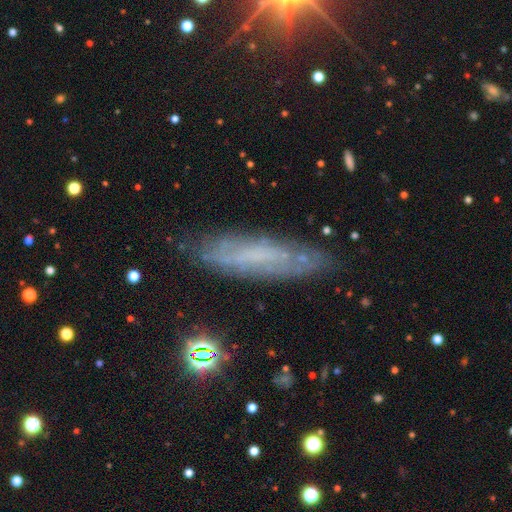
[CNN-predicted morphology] featured or disk 50%, smooth 37%, star or artifact 13%. Down the decision tree: edge-on disk — no (53%); merging — none (78%).